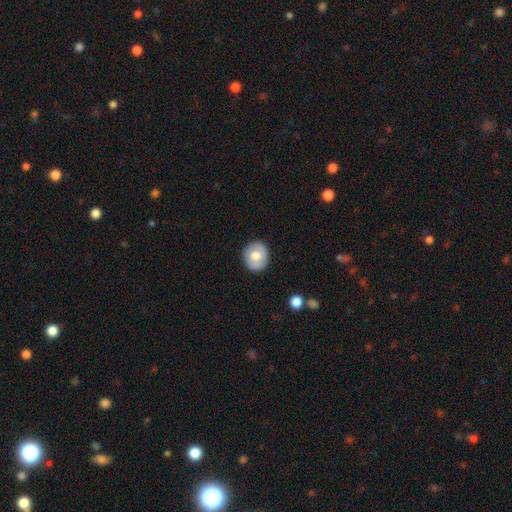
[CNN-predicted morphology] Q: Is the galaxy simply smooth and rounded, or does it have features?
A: smooth — 64%.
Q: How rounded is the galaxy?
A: round — 77%.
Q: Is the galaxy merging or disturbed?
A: none — 87%.